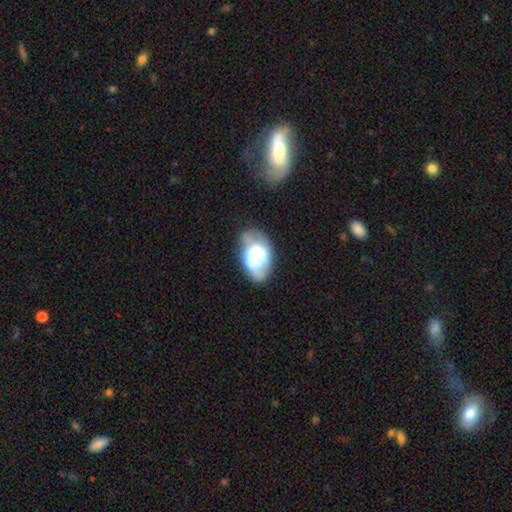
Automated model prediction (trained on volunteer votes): Smooth or featured? Predicted: smooth (p=0.55). How rounded? Predicted: in between (p=0.90). Merging? Predicted: none (p=0.45).